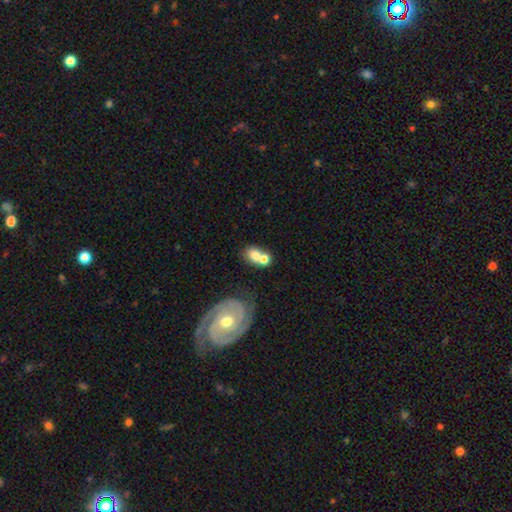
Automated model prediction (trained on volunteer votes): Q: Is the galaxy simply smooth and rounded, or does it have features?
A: smooth — 68%.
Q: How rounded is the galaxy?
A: in between — 57%.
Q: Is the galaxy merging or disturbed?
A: merger — 53%.